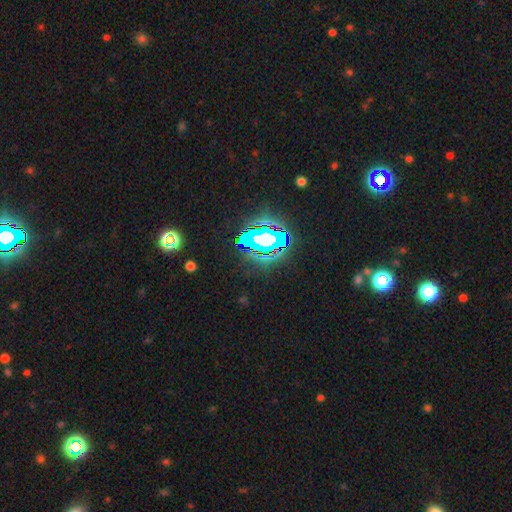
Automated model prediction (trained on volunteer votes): Smooth or featured? star or artifact (83%)